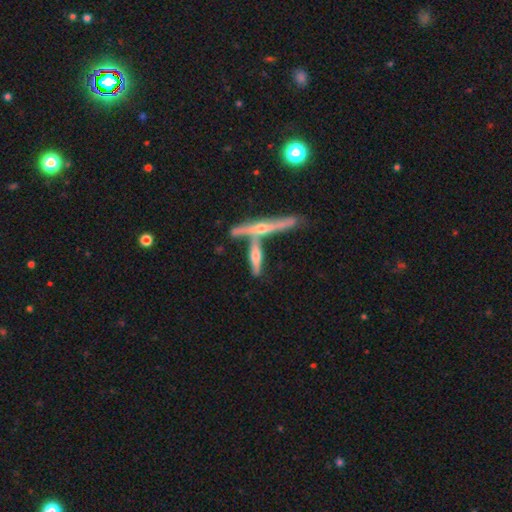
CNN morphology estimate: Overall: featured or disk (59%; smooth 34%). Edge-on disk: yes (91%). Edge-on bulge: rounded (87%). Merging: none (51%; merger 34%).